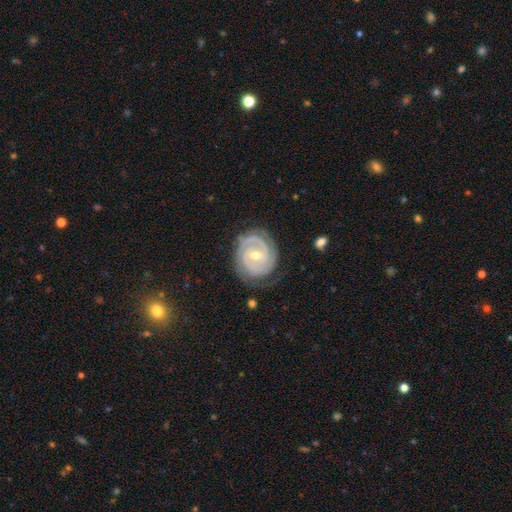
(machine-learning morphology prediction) Overall: featured or disk (91%). Edge-on disk: no (98%). Bar: weak (50%; no 31%). Spiral arms: yes (98%). Spiral arm count: 2 (64%). Spiral winding: tight (80%). Bulge size: moderate (54%; small 43%). Merging: none (75%).